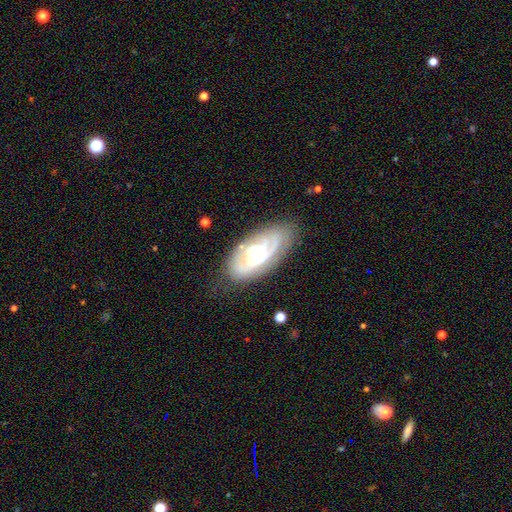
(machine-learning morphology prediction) A featured or disk galaxy (80%) with no bar (73%), tight (69%) spiral arms (91%) and a small central bulge (64%).

Vote fractions:
- Smooth or featured? featured or disk: 80% / smooth: 14% / star or artifact: 6%
- Edge-on disk? no: 94% / yes: 6%
- Bar? no: 73% / weak: 21% / strong: 6%
- Spiral arms? yes: 91% / no: 9%
- Spiral winding? tight: 69% / medium: 25% / loose: 6%
- Spiral arm count? can't tell: 36% / 2: 29% / 3: 20% / 4: 6% / 1: 5% / more than 4: 4%
- Bulge size? small: 64% / moderate: 32% / large: 2% / none: 2% / dominant: 1%
- Merging? none: 73% / minor disturbance: 19% / major disturbance: 6% / merger: 2%